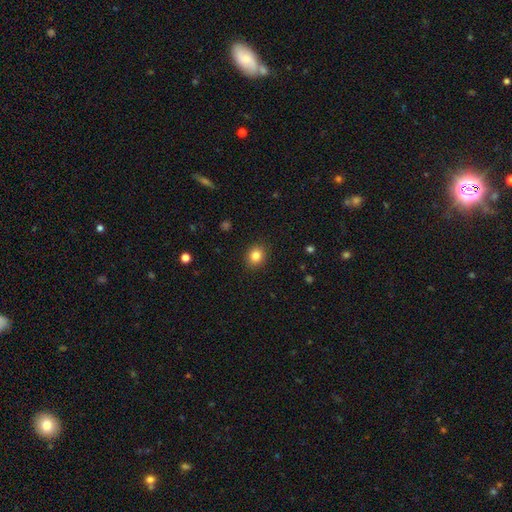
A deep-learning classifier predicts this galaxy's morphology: Q: Smooth or featured?
A: smooth (83%); runner-up: star or artifact (11%)
Q: How rounded?
A: round (74%); runner-up: in between (26%)
Q: Merging?
A: none (90%); runner-up: minor disturbance (7%)